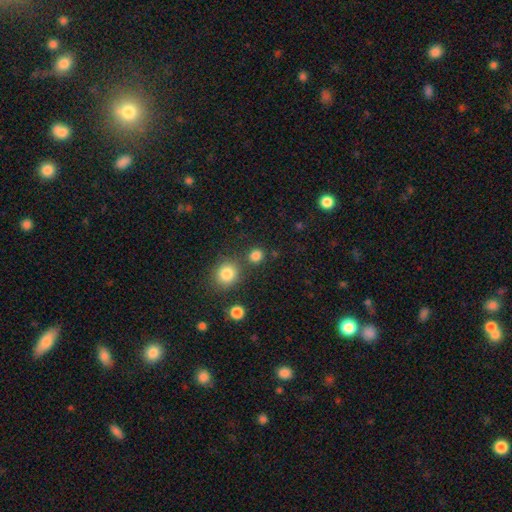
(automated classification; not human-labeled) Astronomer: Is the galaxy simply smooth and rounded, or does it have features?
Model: smooth — 82%.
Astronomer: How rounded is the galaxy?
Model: round — 83%.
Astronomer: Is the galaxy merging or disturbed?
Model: none — 77%.